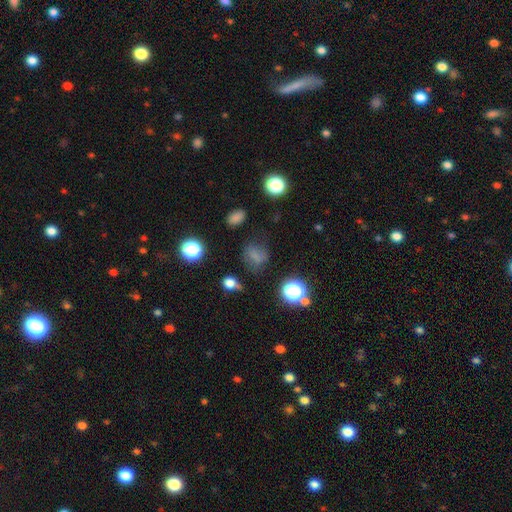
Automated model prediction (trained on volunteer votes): The model was most divided on "how rounded": round: 60%, in between: 38%, cigar-shaped: 2%. More confident: smooth or featured — smooth (63%); merging — none (59%).